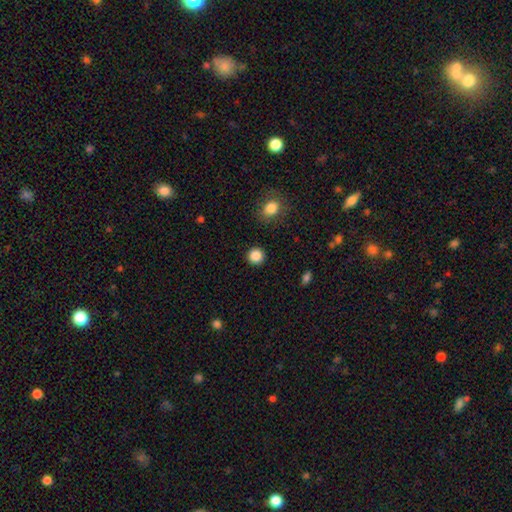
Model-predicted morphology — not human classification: The model was most divided on "smooth or featured": smooth: 87%, star or artifact: 10%, featured or disk: 3%. More confident: how rounded — round (94%); merging — none (91%).